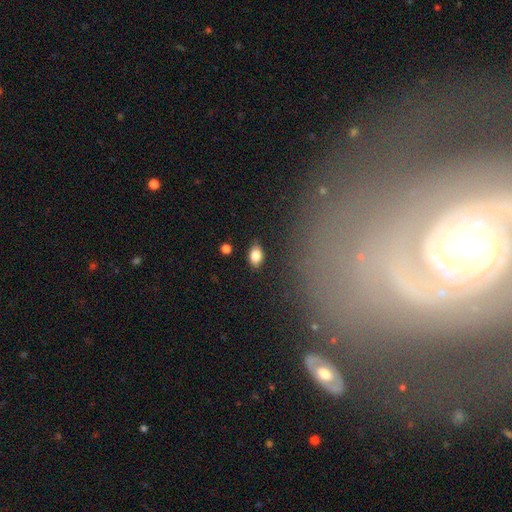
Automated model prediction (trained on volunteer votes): The model was most divided on "smooth or featured": smooth: 82%, featured or disk: 9%, star or artifact: 9%. More confident: how rounded — in between (87%); merging — none (86%).